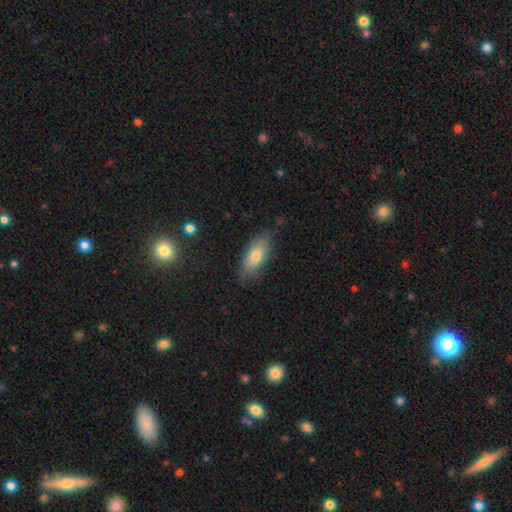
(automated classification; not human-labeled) This is likely a smooth galaxy (70%). How rounded: clearly in between (84%). Merging: likely none (72%).